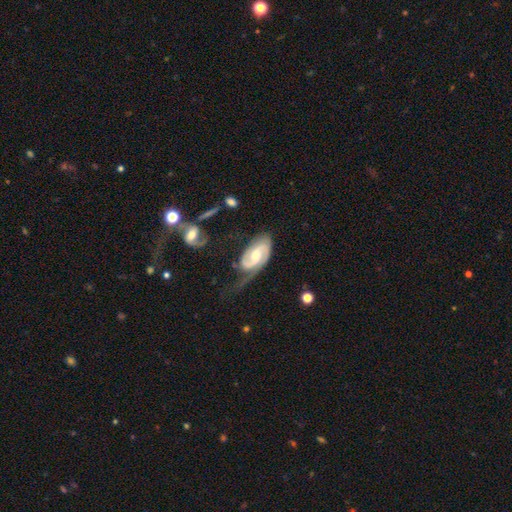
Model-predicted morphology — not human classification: Smooth or featured?
  - featured or disk: 83% *
  - smooth: 12%
  - star or artifact: 5%
Edge-on disk?
  - no: 96% *
  - yes: 4%
Bar?
  - weak: 47% *
  - no: 38%
  - strong: 15%
Spiral arms?
  - yes: 96% *
  - no: 4%
Spiral winding?
  - medium: 45% *
  - tight: 38%
  - loose: 18%
Spiral arm count?
  - 2: 80% *
  - 1: 9%
  - can't tell: 7%
  - 3: 2%
  - 4: 1%
  - more than 4: 1%
Bulge size?
  - moderate: 61% *
  - small: 28%
  - large: 7%
  - none: 3%
  - dominant: 1%
Merging?
  - none: 42% *
  - minor disturbance: 30%
  - major disturbance: 23%
  - merger: 5%